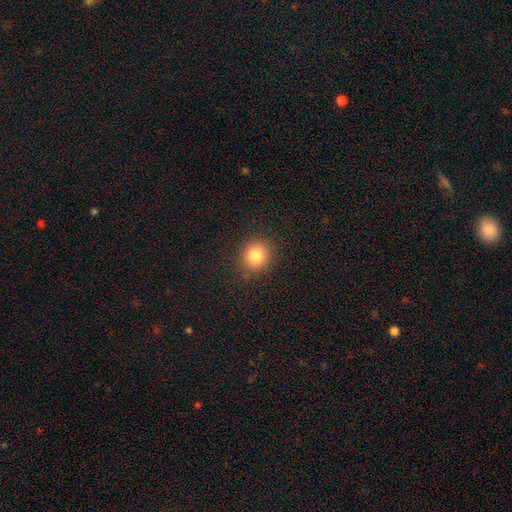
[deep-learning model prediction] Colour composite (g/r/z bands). It shows a smooth galaxy with no disk features (82%) that is round (82%). Merging: none (87%).